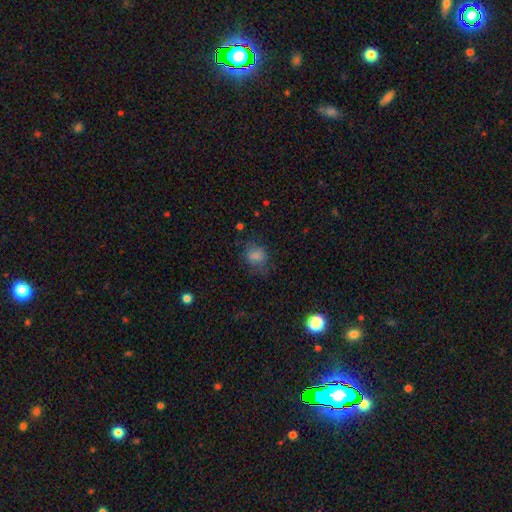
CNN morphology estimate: smooth_or_featured: smooth (p=0.79) [alt: star or artifact p=0.12]
how_rounded: round (p=0.54) [alt: in between p=0.45]
merging: none (p=0.64) [alt: minor disturbance p=0.22]